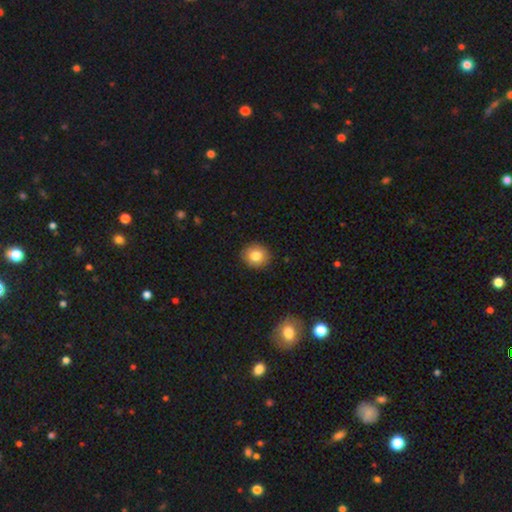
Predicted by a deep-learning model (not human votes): Smooth or featured?
  - smooth: 81% *
  - star or artifact: 10%
  - featured or disk: 9%
How rounded?
  - round: 80% *
  - in between: 19%
  - cigar-shaped: 1%
Merging?
  - none: 90% *
  - minor disturbance: 7%
  - major disturbance: 2%
  - merger: 1%